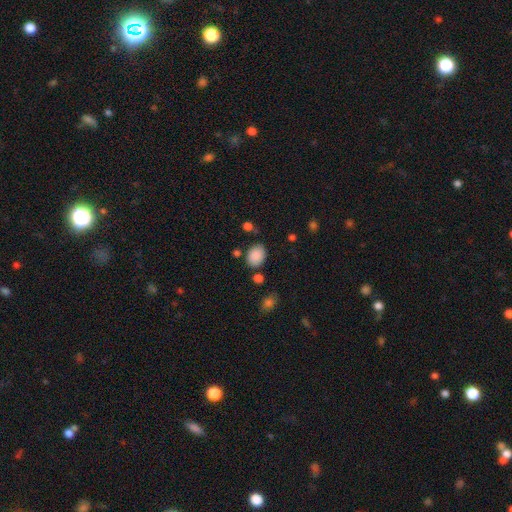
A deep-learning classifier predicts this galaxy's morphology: This is clearly a smooth galaxy (88%). How rounded: likely in between (64%). Merging: likely none (77%).